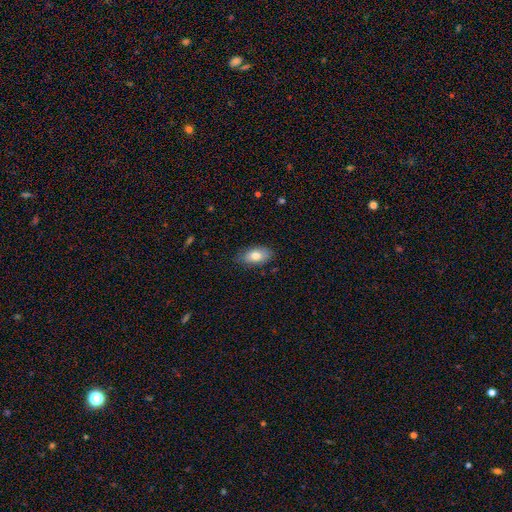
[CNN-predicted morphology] A smooth galaxy with no disk features (79%) that is in between round and cigar-shaped (91%).

Vote fractions:
- Smooth or featured? smooth: 79% / featured or disk: 14% / star or artifact: 7%
- How rounded? in between: 91% / round: 6% / cigar-shaped: 2%
- Merging? none: 81% / minor disturbance: 15% / major disturbance: 3% / merger: 1%